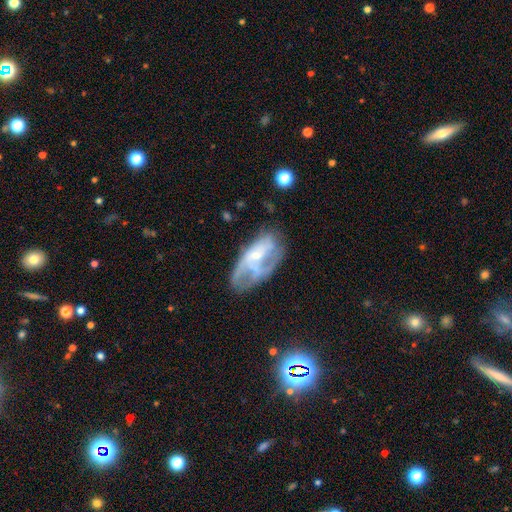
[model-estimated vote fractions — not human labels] featured or disk 66%, smooth 25%, star or artifact 9%. Down the decision tree: edge-on disk — no (93%); bar — no (63%); spiral arms — yes (63%); bulge size — small (60%); merging — none (41%).